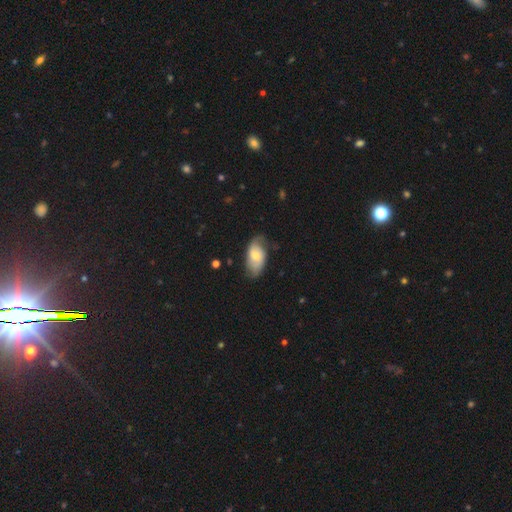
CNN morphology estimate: The model was most divided on "smooth or featured": smooth: 49%, featured or disk: 45%, star or artifact: 6%. More confident: merging — none (66%).